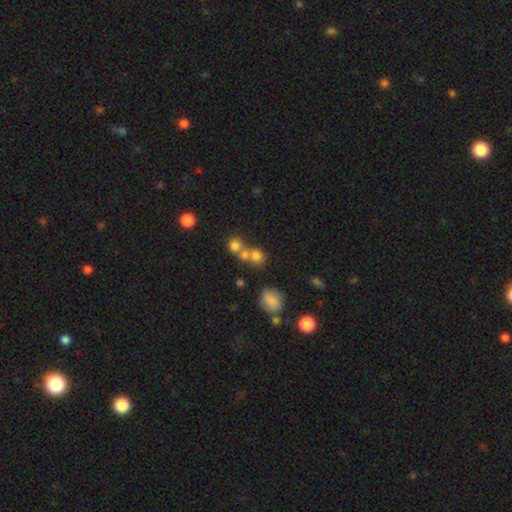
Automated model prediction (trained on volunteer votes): Smooth or featured? Predicted: smooth (p=0.71). How rounded? Predicted: round (p=0.78). Merging? Predicted: merger (p=0.47).